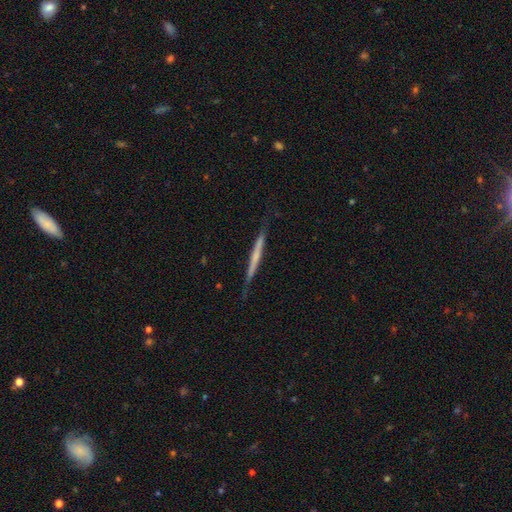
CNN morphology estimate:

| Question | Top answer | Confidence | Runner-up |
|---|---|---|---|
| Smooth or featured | featured or disk | 56% | smooth (39%) |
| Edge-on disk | yes | 97% | no (3%) |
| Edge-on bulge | none | 77% | rounded (16%) |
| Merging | none | 81% | minor disturbance (15%) |